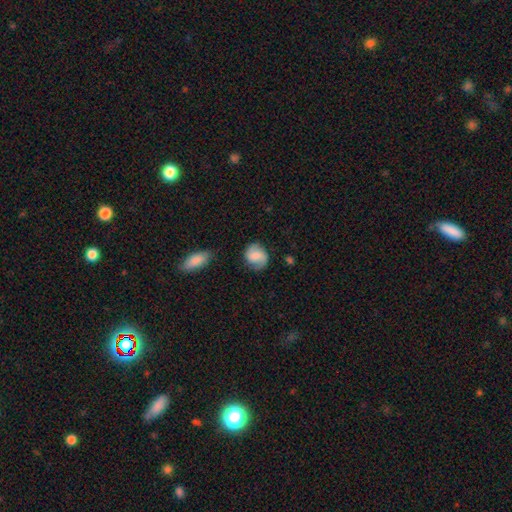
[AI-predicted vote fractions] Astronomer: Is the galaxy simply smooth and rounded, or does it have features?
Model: smooth — 46%, tied with featured or disk at 46%.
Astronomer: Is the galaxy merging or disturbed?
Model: none — 74%.